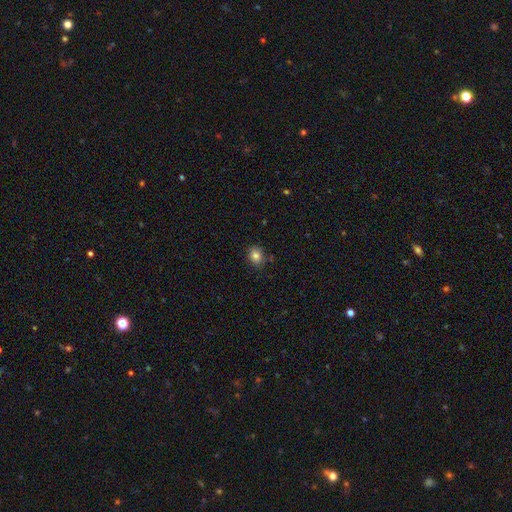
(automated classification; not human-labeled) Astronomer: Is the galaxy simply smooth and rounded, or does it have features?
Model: smooth — 81%.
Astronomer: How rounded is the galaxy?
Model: round — 52% (runner-up: in between, 47%).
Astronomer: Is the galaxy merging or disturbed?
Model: none — 82%.